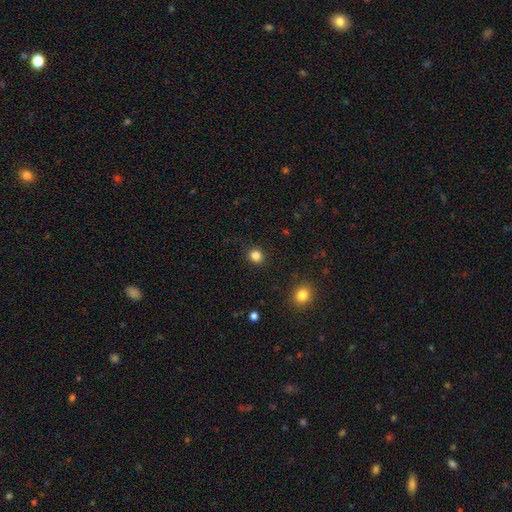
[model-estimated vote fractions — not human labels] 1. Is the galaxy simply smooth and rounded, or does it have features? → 84% smooth, 13% star or artifact, 4% featured or disk.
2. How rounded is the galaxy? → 85% round, 14% in between, 1% cigar-shaped.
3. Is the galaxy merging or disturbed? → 90% none, 7% minor disturbance, 2% major disturbance, 1% merger.